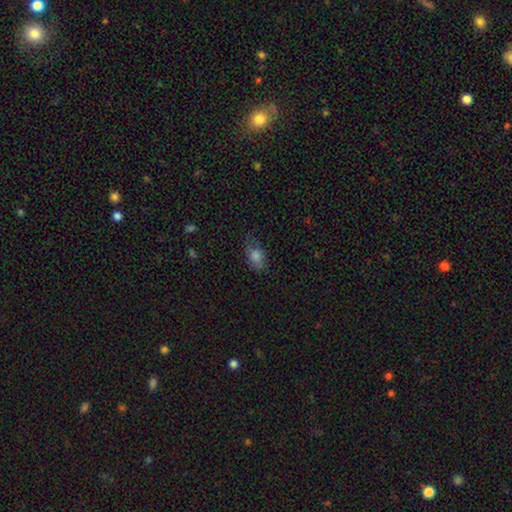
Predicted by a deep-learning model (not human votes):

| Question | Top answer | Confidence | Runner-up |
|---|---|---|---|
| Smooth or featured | smooth | 73% | featured or disk (15%) |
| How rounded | in between | 81% | round (14%) |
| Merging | none | 63% | minor disturbance (27%) |